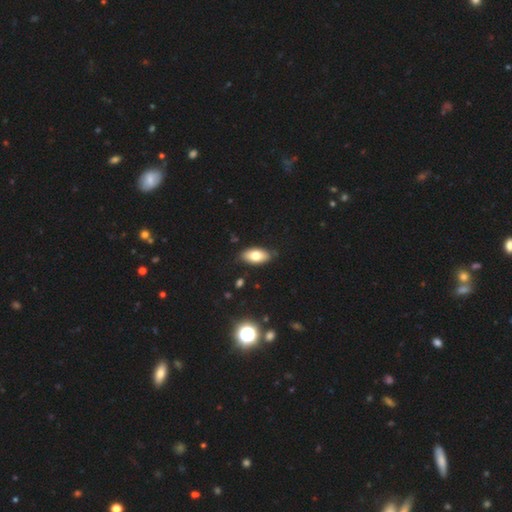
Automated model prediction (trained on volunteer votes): Smooth or featured: smooth — 75% (featured or disk — 17%)
How rounded: in between — 92% (cigar-shaped — 5%)
Merging: none — 83% (minor disturbance — 13%)